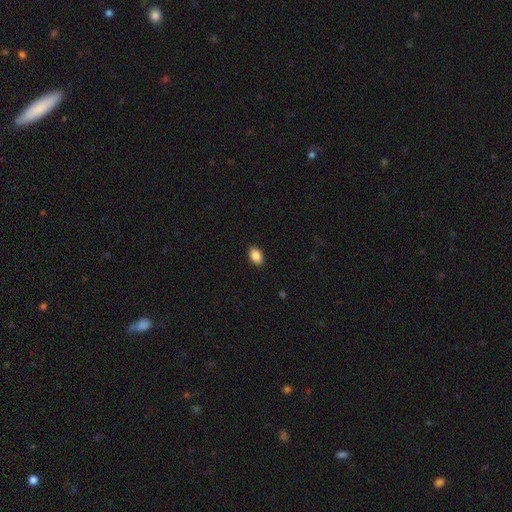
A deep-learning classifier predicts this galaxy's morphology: Smooth or featured? Predicted: smooth (p=0.88). How rounded? Predicted: in between (p=0.82). Merging? Predicted: none (p=0.90).